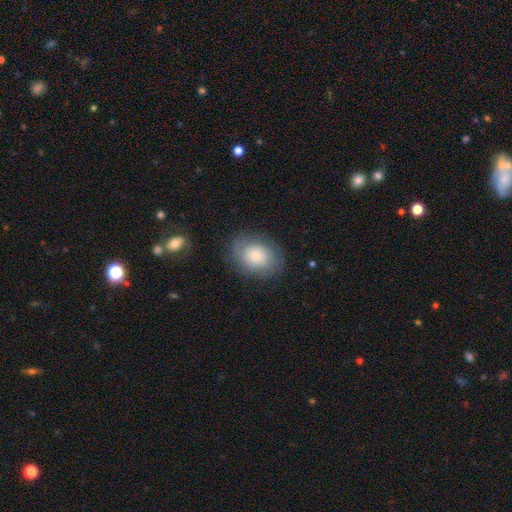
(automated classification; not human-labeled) Smooth or featured: smooth — 68% (featured or disk — 24%)
How rounded: in between — 61% (round — 38%)
Merging: none — 77% (minor disturbance — 15%)